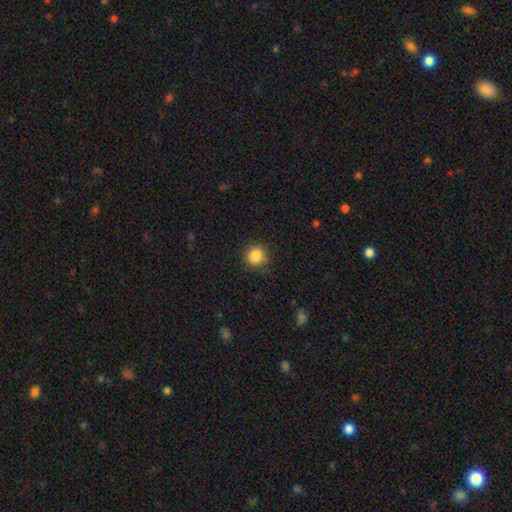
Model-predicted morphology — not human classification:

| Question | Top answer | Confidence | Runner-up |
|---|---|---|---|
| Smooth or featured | smooth | 85% | star or artifact (10%) |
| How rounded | round | 89% | in between (10%) |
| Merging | none | 83% | minor disturbance (12%) |